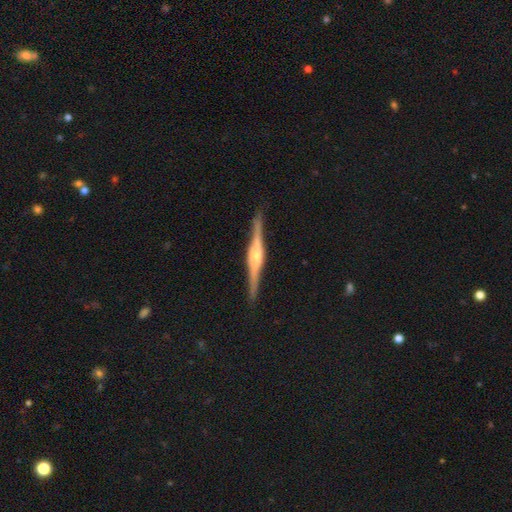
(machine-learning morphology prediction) This appears to be a featured or disk galaxy (84%) viewed edge-on (98%) with a rounded central bulge (63%). Merging: none (90%).